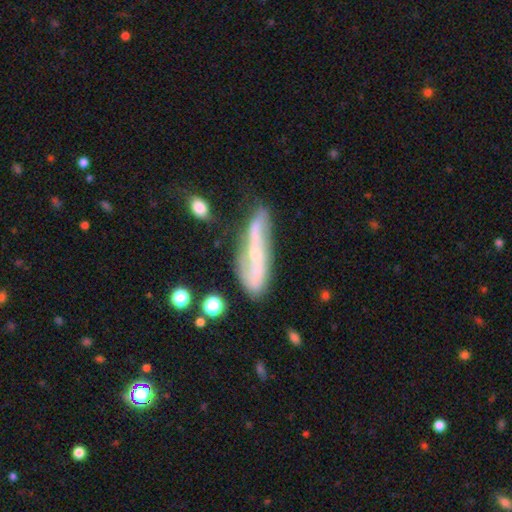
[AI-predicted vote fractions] Smooth or featured?
  - featured or disk: 74% *
  - smooth: 19%
  - star or artifact: 7%
Edge-on disk?
  - no: 75% *
  - yes: 25%
Bar?
  - no: 44% *
  - weak: 30%
  - strong: 25%
Spiral arms?
  - yes: 87% *
  - no: 13%
Bulge size?
  - small: 66% *
  - moderate: 28%
  - none: 4%
  - large: 2%
  - dominant: 1%
Merging?
  - none: 63% *
  - minor disturbance: 23%
  - major disturbance: 8%
  - merger: 6%